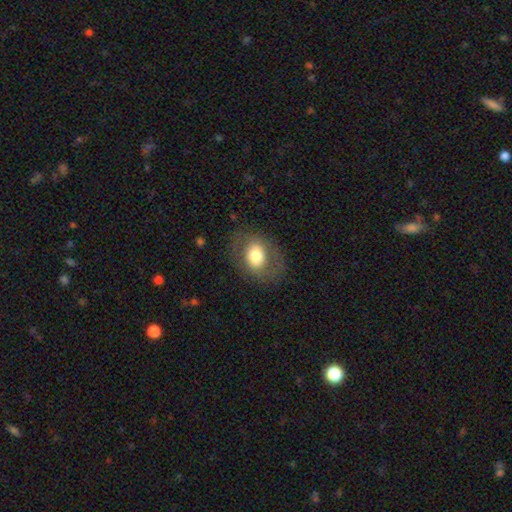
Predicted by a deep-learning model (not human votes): Smooth or featured?
  - smooth: 65% *
  - featured or disk: 27%
  - star or artifact: 8%
How rounded?
  - in between: 66% *
  - round: 33%
  - cigar-shaped: 1%
Merging?
  - none: 74% *
  - minor disturbance: 15%
  - major disturbance: 10%
  - merger: 1%